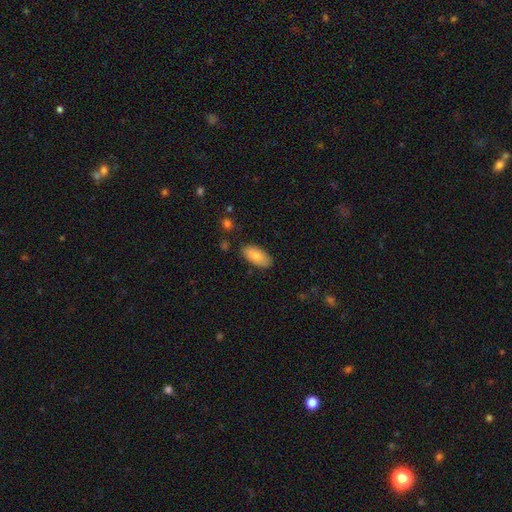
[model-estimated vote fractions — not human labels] smooth 84%, featured or disk 10%, star or artifact 6%. Down the decision tree: how rounded — in between (91%); merging — none (82%).